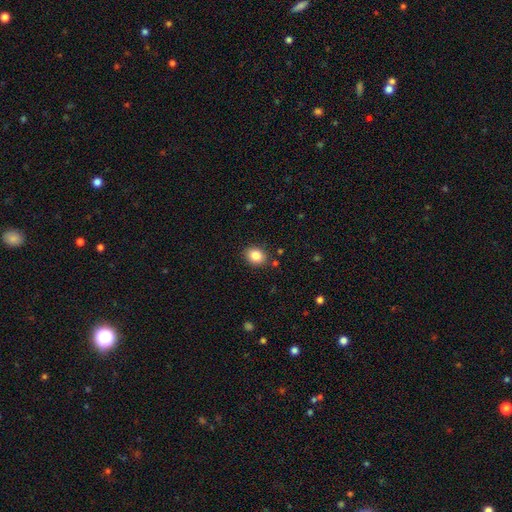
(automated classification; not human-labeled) Morphology: type=smooth (84%); roundness=round (51%); merging=none (86%).